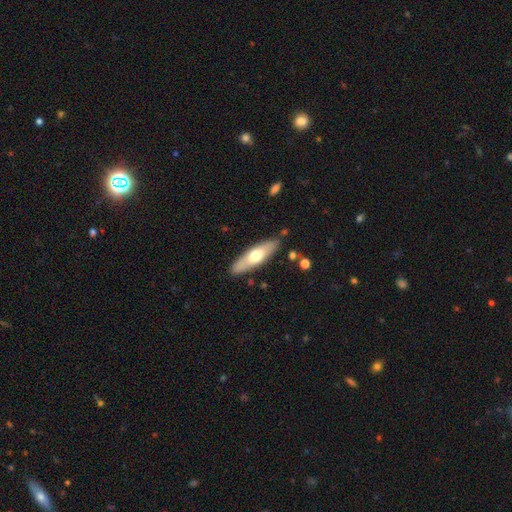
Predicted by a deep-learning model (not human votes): Smooth or featured: smooth — 56% (featured or disk — 39%)
How rounded: cigar-shaped — 59% (in between — 39%)
Merging: none — 87% (minor disturbance — 9%)